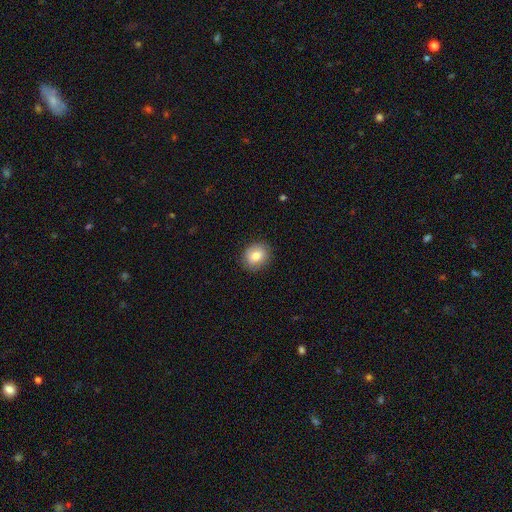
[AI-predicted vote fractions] Morphology: type=smooth (79%); roundness=round (74%); merging=none (86%).